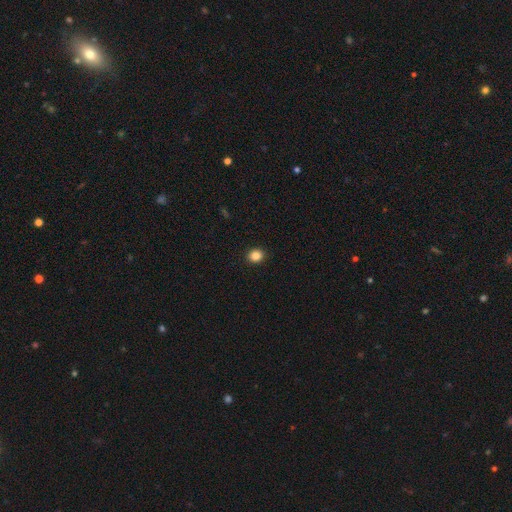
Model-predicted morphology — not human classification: A smooth galaxy with no disk features (85%) that is round (79%). Merging: none (93%).